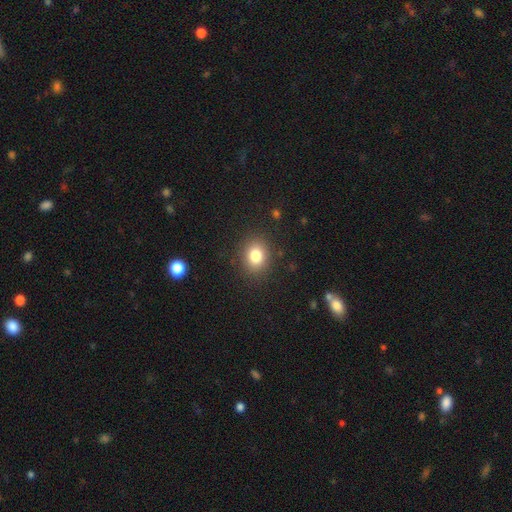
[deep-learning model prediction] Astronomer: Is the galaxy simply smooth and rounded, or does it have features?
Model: smooth — 81%.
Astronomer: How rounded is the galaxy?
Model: round — 55% (runner-up: in between, 44%).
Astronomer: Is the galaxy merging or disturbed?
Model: none — 87%.